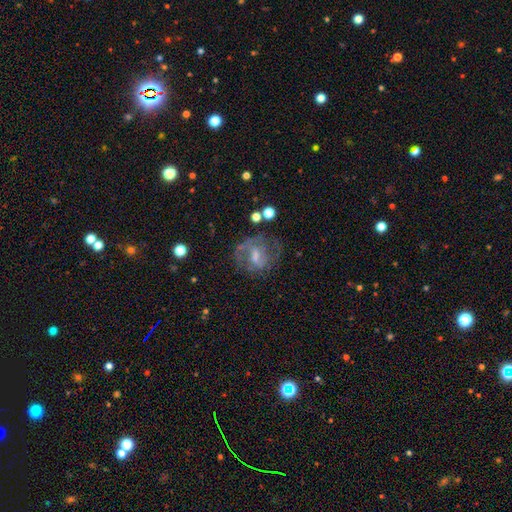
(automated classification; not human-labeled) A featured or disk galaxy (65%) with a weak bar (50%), spiral arms (70%) and a moderate central bulge (40%).

Vote fractions:
- Smooth or featured? featured or disk: 65% / smooth: 24% / star or artifact: 11%
- Edge-on disk? no: 96% / yes: 4%
- Bar? weak: 50% / no: 32% / strong: 18%
- Spiral arms? yes: 70% / no: 30%
- Bulge size? moderate: 40% / small: 33% / none: 20% / large: 6% / dominant: 1%
- Merging? none: 56% / minor disturbance: 21% / major disturbance: 19% / merger: 4%